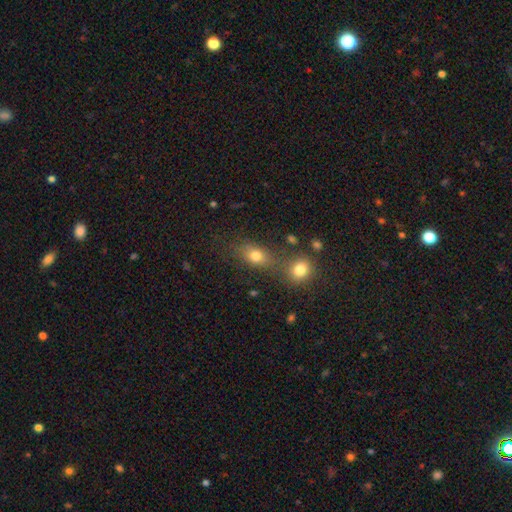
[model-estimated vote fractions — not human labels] Smooth or featured?
  - smooth: 76% *
  - star or artifact: 14%
  - featured or disk: 11%
How rounded?
  - in between: 66% *
  - round: 29%
  - cigar-shaped: 5%
Merging?
  - none: 54% *
  - merger: 26%
  - minor disturbance: 13%
  - major disturbance: 7%